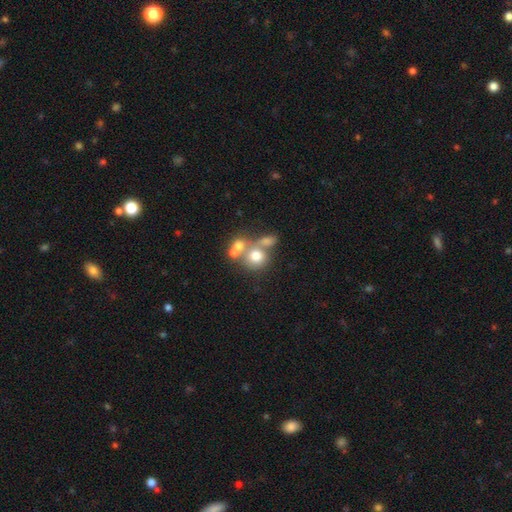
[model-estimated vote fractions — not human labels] Smooth or featured? smooth (65%)
How rounded? round (77%)
Merging? merger (46%)